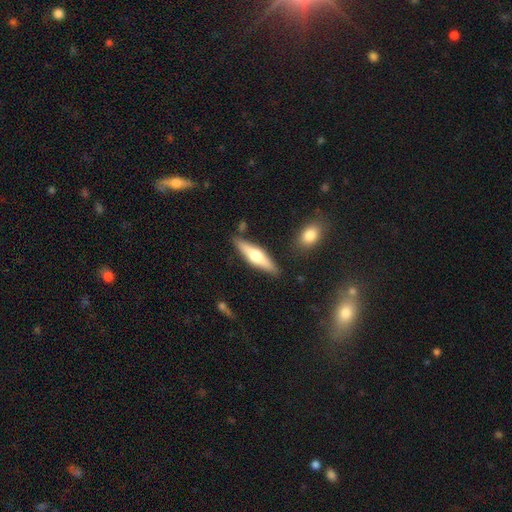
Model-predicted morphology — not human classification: type=featured or disk (55%); edge-on=yes (93%); edge-on bulge=rounded (93%); merging=none (84%).